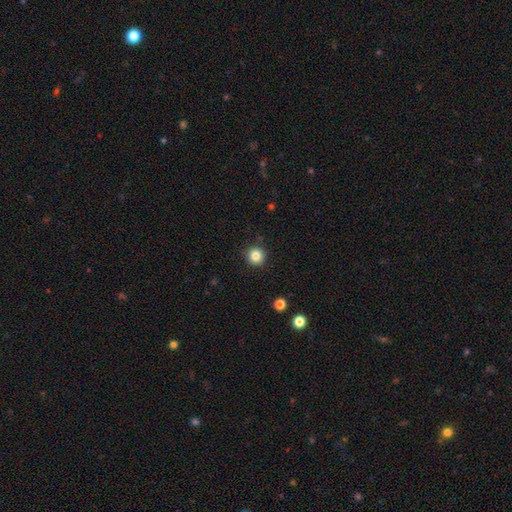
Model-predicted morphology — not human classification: Smooth or featured: smooth — 85% (star or artifact — 11%)
How rounded: round — 95% (in between — 4%)
Merging: none — 91% (minor disturbance — 6%)